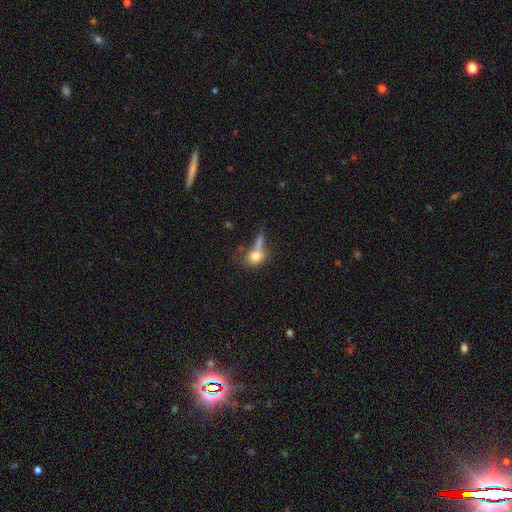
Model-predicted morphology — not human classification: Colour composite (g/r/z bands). It shows a smooth galaxy with no disk features (75%) that is round (57%). Merging: merger (34%).